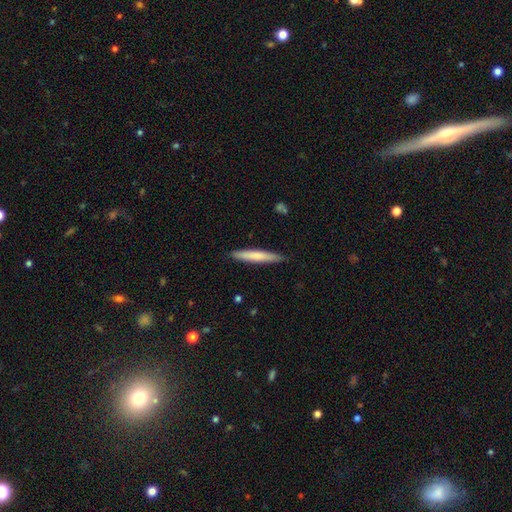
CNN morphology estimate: Smooth or featured: smooth — 71% (featured or disk — 24%)
How rounded: cigar-shaped — 94% (in between — 5%)
Merging: none — 89% (minor disturbance — 8%)